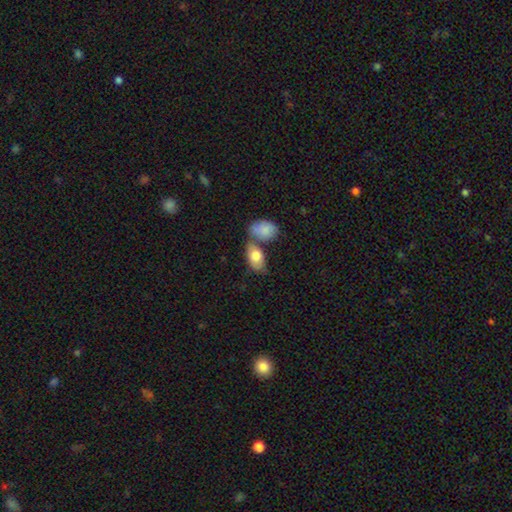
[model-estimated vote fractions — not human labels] A smooth galaxy with no disk features (79%) that is in between round and cigar-shaped (90%). Merging: none (41%).